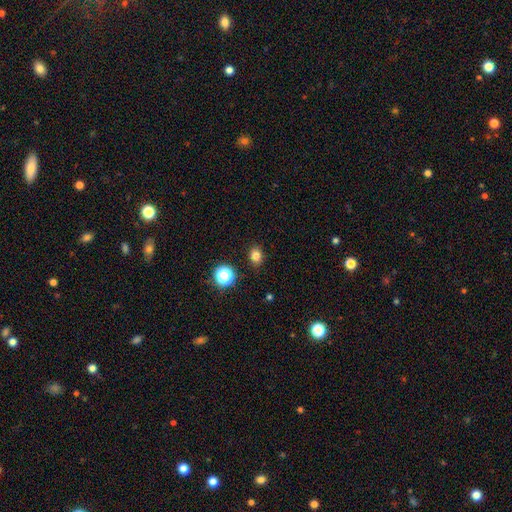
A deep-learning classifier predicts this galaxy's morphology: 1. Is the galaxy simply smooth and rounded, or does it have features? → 80% smooth, 15% star or artifact, 5% featured or disk.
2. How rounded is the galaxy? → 57% round, 42% in between, 1% cigar-shaped.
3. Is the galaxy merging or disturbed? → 88% none, 9% minor disturbance, 2% major disturbance, 1% merger.